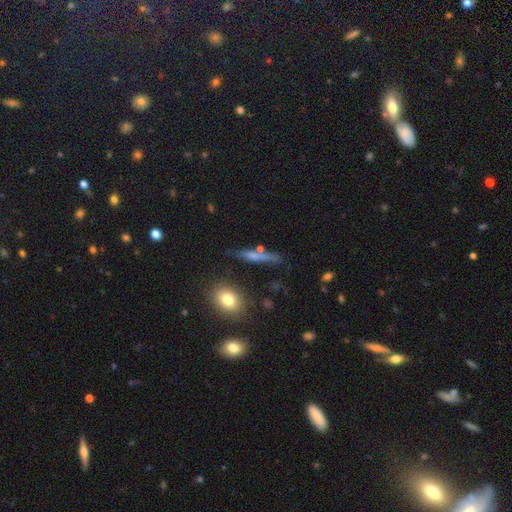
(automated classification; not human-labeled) This appears to be a smooth galaxy with no disk features (55%) that is cigar-shaped (82%). Merging: none (72%).